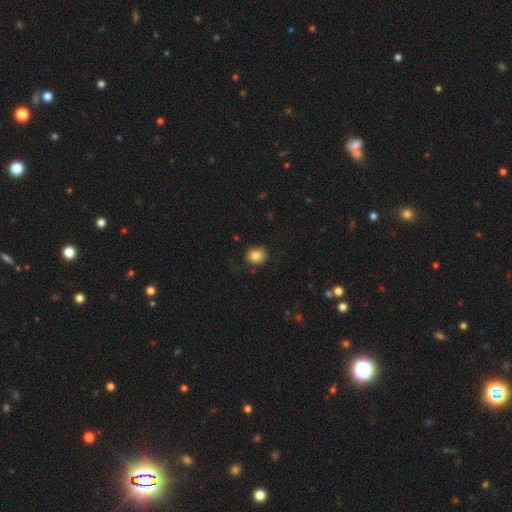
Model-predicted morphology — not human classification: Smooth or featured? smooth (83%)
How rounded? round (71%)
Merging? none (81%)